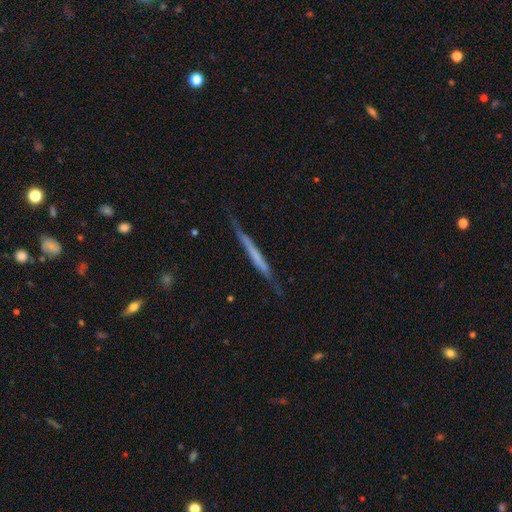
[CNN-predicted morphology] type=featured or disk (55%); edge-on=yes (94%); edge-on bulge=none (82%); merging=none (76%).